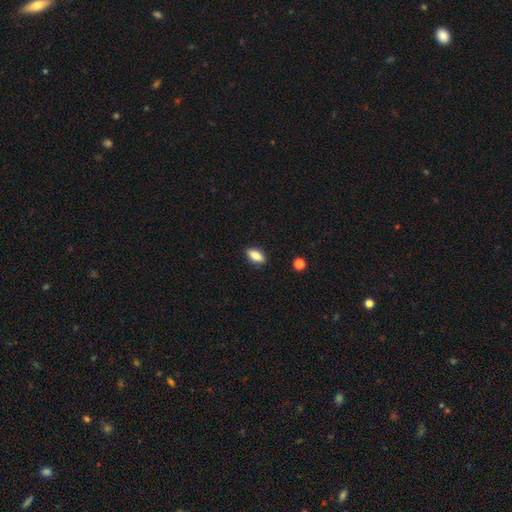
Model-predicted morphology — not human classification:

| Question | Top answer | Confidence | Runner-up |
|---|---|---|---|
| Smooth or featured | smooth | 80% | featured or disk (12%) |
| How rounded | in between | 79% | cigar-shaped (17%) |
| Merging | none | 88% | minor disturbance (9%) |